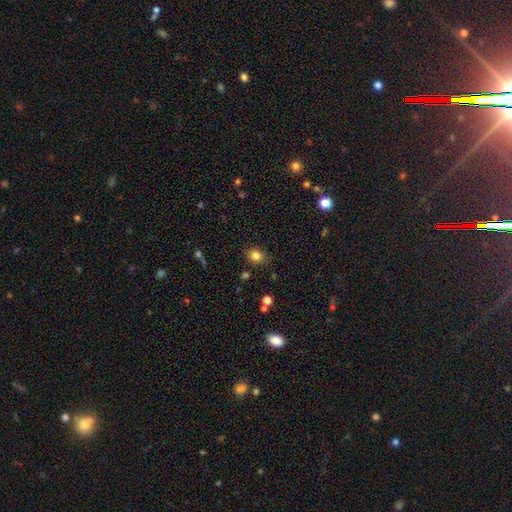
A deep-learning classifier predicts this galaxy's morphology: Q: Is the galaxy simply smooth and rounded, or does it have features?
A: smooth — 82%.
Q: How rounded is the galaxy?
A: round — 61%.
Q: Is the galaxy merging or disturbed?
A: none — 83%.